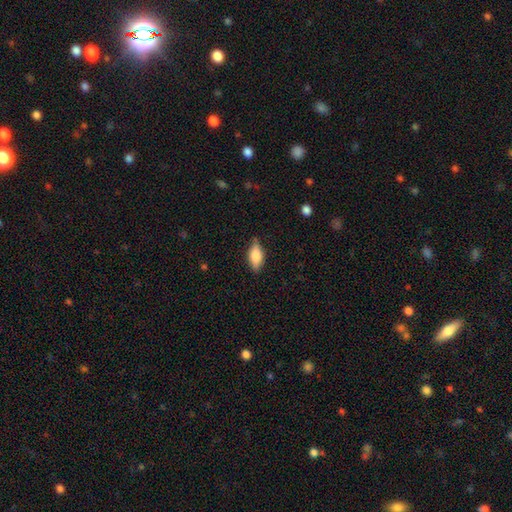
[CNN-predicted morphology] Smooth or featured? smooth (71%)
How rounded? in between (82%)
Merging? none (78%)